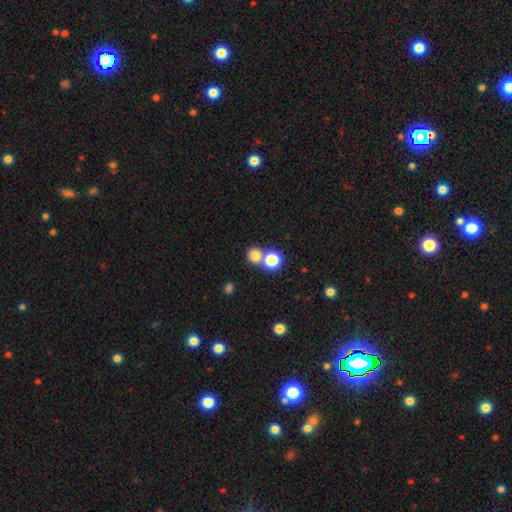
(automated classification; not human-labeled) Smooth or featured? Predicted: smooth (p=0.77). How rounded? Predicted: round (p=0.86). Merging? Predicted: none (p=0.55).